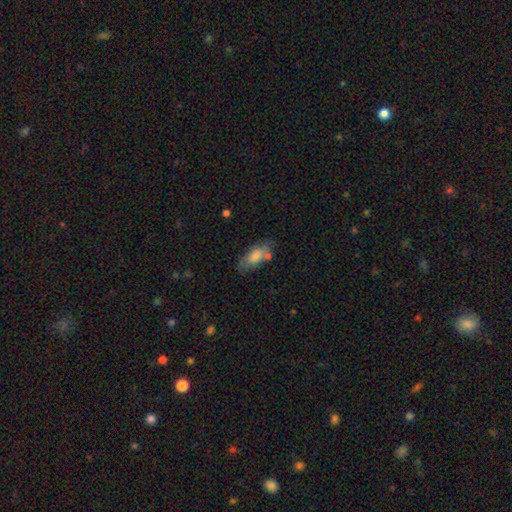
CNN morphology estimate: smooth_or_featured: smooth (p=0.72) [alt: featured or disk p=0.20]
how_rounded: in between (p=0.82) [alt: cigar-shaped p=0.15]
merging: none (p=0.61) [alt: minor disturbance p=0.21]